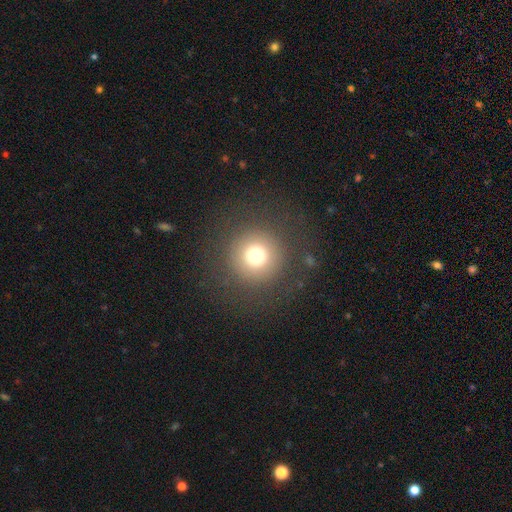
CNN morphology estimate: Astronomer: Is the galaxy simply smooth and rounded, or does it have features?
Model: smooth — 73%.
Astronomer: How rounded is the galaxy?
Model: round — 96%.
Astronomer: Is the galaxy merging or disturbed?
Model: none — 87%.